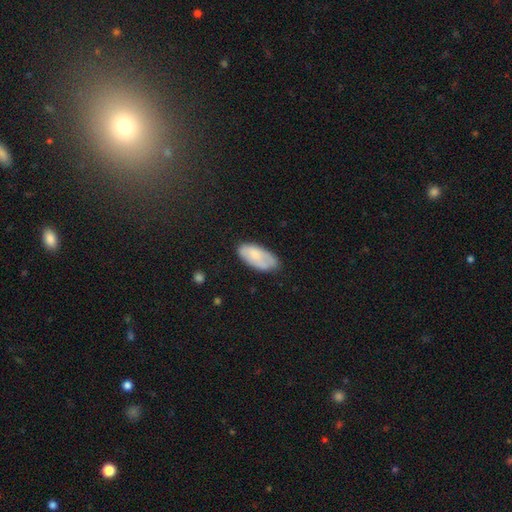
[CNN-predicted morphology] A smooth galaxy with no disk features (73%) that is in between round and cigar-shaped (92%). Merging: none (67%).